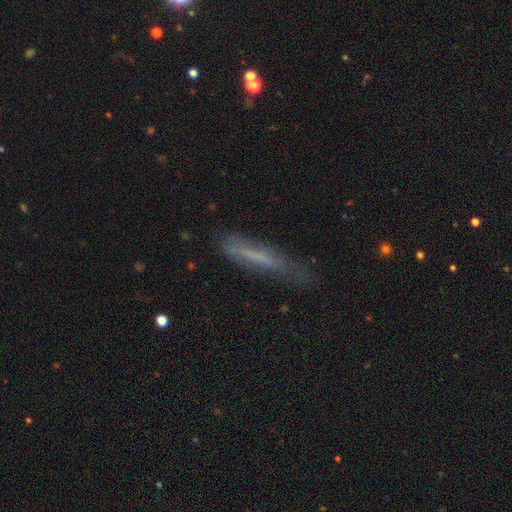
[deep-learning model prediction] Morphology: type=smooth (54%); roundness=cigar-shaped (89%); merging=none (59%).